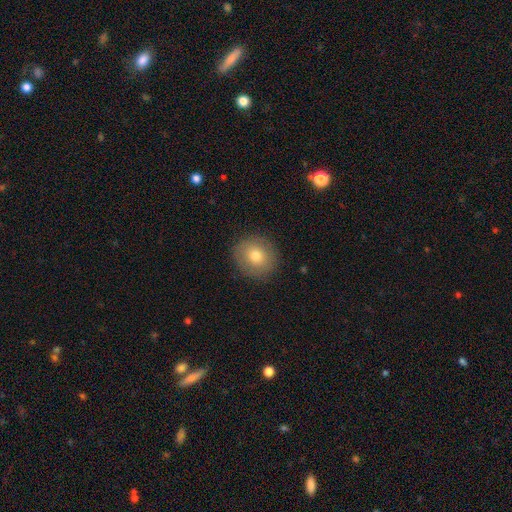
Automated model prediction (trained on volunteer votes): This is likely a smooth galaxy (75%). How rounded: clearly round (87%). Merging: clearly none (88%).